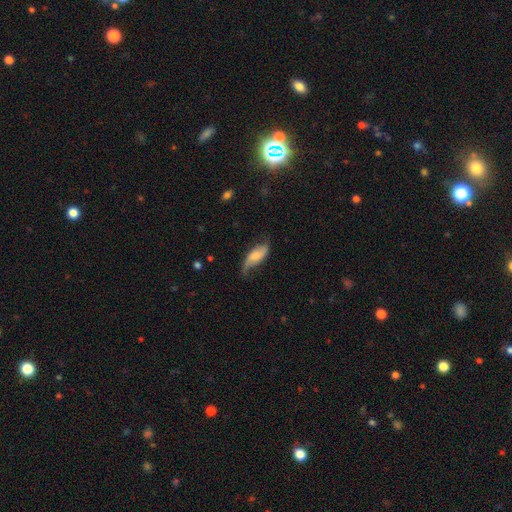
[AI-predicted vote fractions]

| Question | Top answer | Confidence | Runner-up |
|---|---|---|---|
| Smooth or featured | featured or disk | 58% | smooth (35%) |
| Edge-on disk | no | 88% | yes (12%) |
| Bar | no | 52% | weak (35%) |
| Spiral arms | yes | 89% | no (11%) |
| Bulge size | moderate | 39% | small (38%) |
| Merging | none | 55% | minor disturbance (30%) |